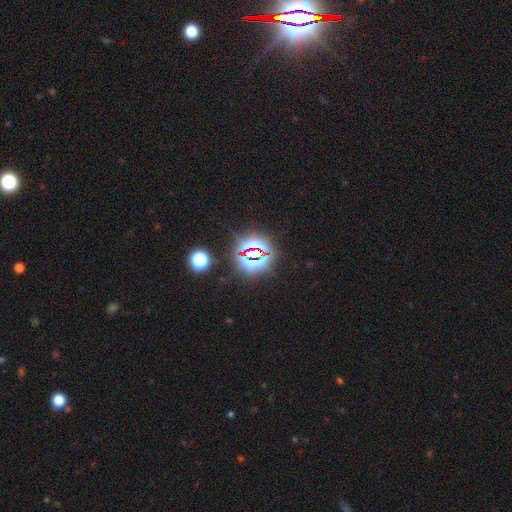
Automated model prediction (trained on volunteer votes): Morphology: type=star or artifact (79%).